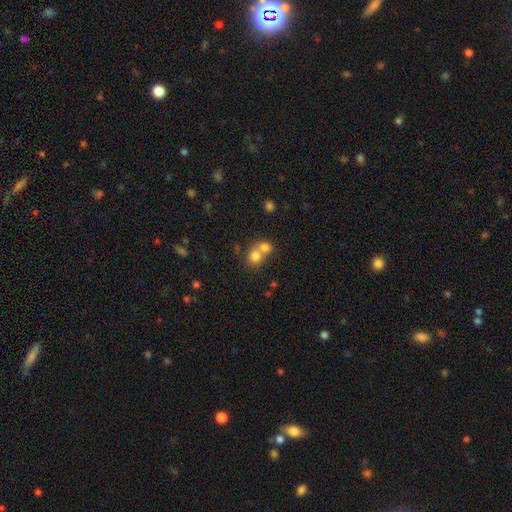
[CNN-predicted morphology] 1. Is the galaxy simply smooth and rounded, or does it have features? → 77% smooth, 11% star or artifact, 11% featured or disk.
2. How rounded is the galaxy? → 75% round, 24% in between, 1% cigar-shaped.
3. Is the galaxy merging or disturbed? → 60% merger, 32% none, 5% minor disturbance, 3% major disturbance.